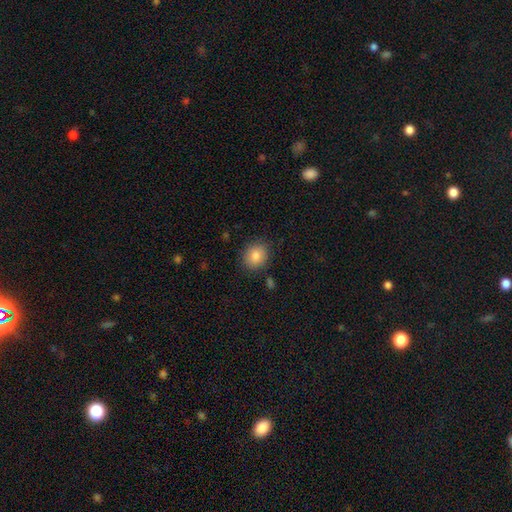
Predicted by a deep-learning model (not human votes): smooth_or_featured: smooth (p=0.85) [alt: star or artifact p=0.09]
how_rounded: round (p=0.70) [alt: in between p=0.30]
merging: none (p=0.85) [alt: minor disturbance p=0.10]